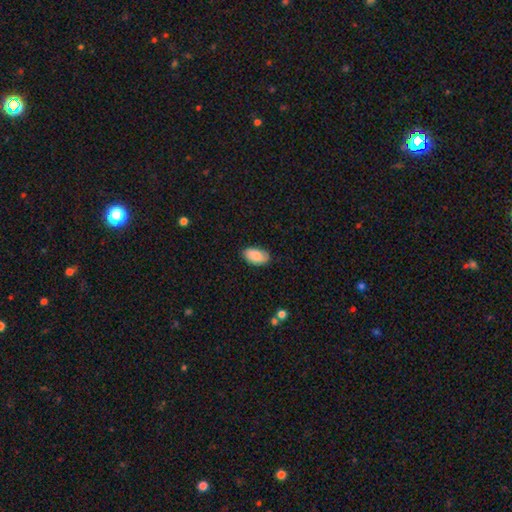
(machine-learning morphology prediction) type=smooth (85%); roundness=in between (95%); merging=none (83%).